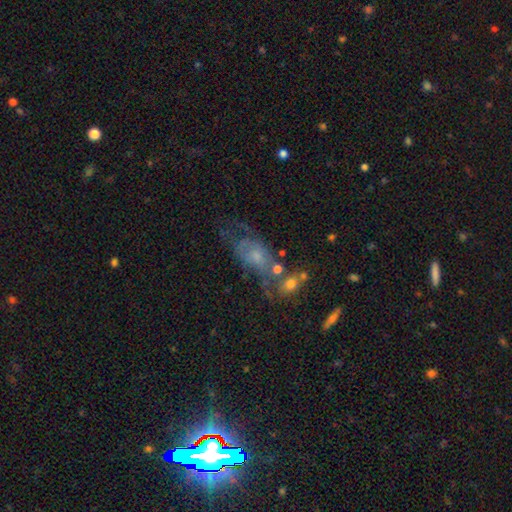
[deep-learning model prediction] The model was most divided on "merging": none: 33%, major disturbance: 29%, minor disturbance: 23%, merger: 16%. More confident: edge-on disk — no (90%); smooth or featured — featured or disk (51%).